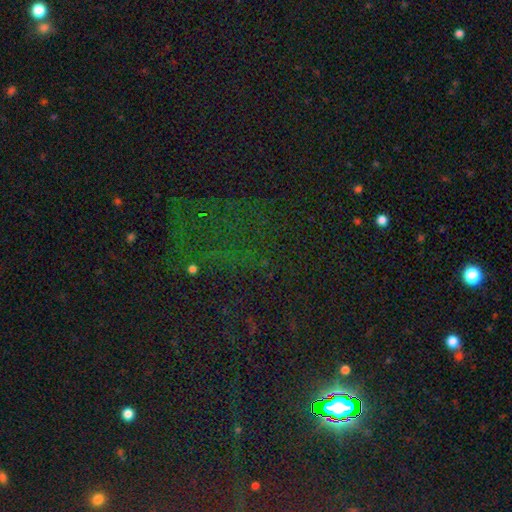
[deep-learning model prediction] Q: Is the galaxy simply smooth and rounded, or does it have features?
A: star or artifact — 78%.